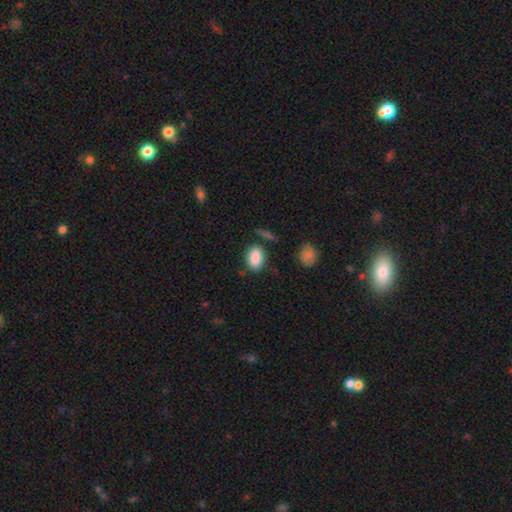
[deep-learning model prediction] smooth-or-featured: smooth: 87% | star or artifact: 8% | featured or disk: 5%
  how-rounded: in between: 86% | round: 12% | cigar-shaped: 2%
  merging: none: 77% | minor disturbance: 15% | merger: 4% | major disturbance: 4%